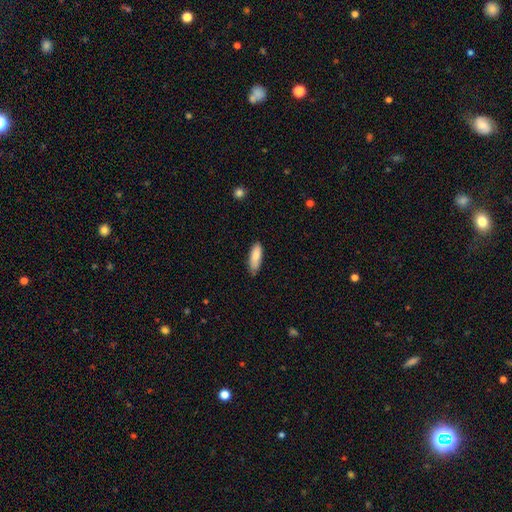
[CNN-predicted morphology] This appears to be a smooth galaxy with no disk features (86%) that is in between round and cigar-shaped (60%). Merging: none (77%).